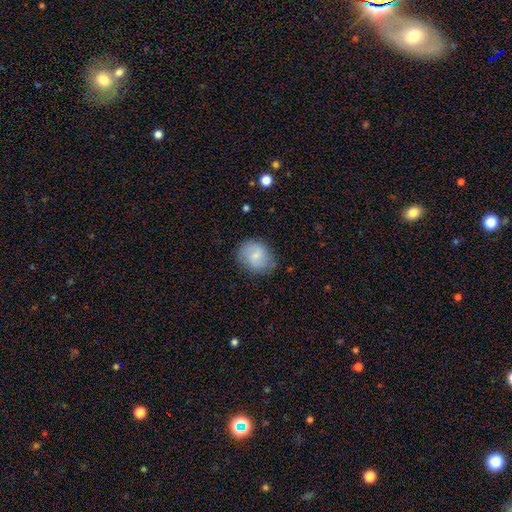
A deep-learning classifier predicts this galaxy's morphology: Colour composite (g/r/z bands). It shows a smooth galaxy with no disk features (70%) that is round (64%). Merging: none (75%).